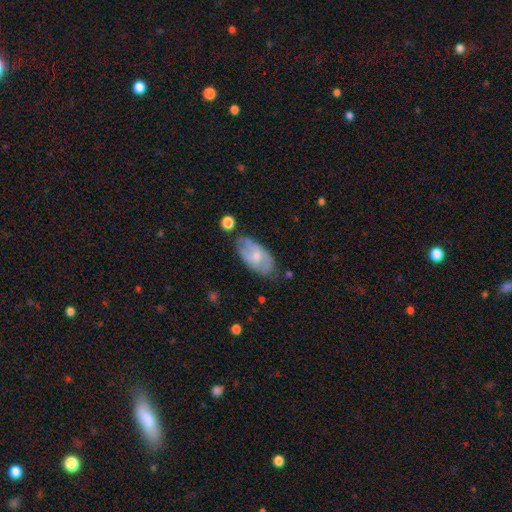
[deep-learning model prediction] featured or disk 50%, smooth 43%, star or artifact 6%. Down the decision tree: edge-on disk — no (91%); merging — none (63%).